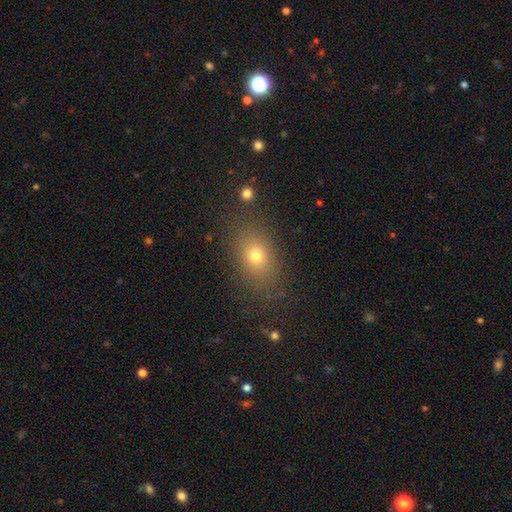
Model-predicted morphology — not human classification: type=smooth (73%); roundness=in between (72%); merging=none (82%).